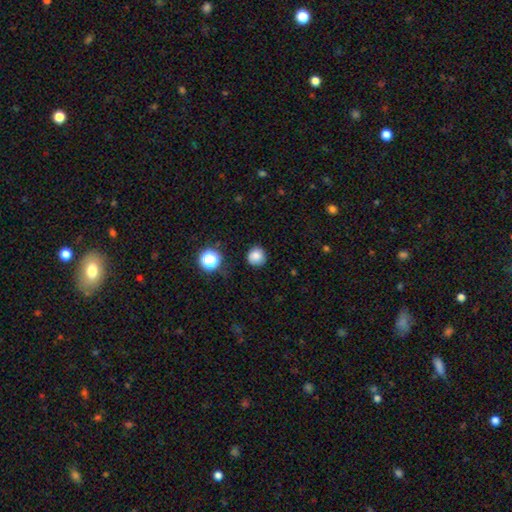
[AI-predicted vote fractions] This appears to be a smooth galaxy with no disk features (81%) that is round (92%). Merging: none (84%).